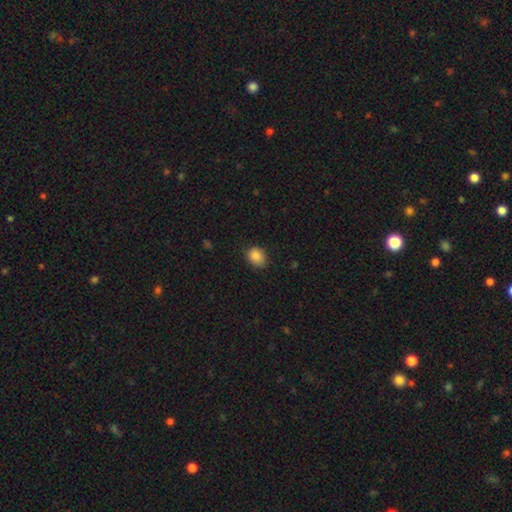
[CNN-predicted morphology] smooth_or_featured: smooth (p=0.86) [alt: star or artifact p=0.10]
how_rounded: in between (p=0.52) [alt: round p=0.47]
merging: none (p=0.76) [alt: minor disturbance p=0.20]